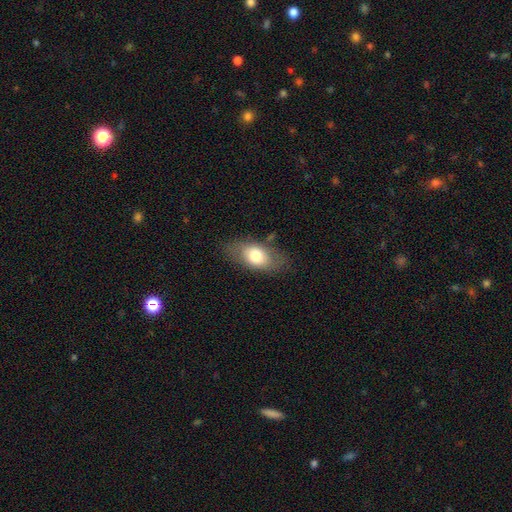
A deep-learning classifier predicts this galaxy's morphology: A smooth galaxy with no disk features (70%) that is in between round and cigar-shaped (88%).

Vote fractions:
- Smooth or featured? smooth: 70% / featured or disk: 23% / star or artifact: 7%
- How rounded? in between: 88% / round: 8% / cigar-shaped: 4%
- Merging? none: 75% / minor disturbance: 17% / major disturbance: 6% / merger: 2%